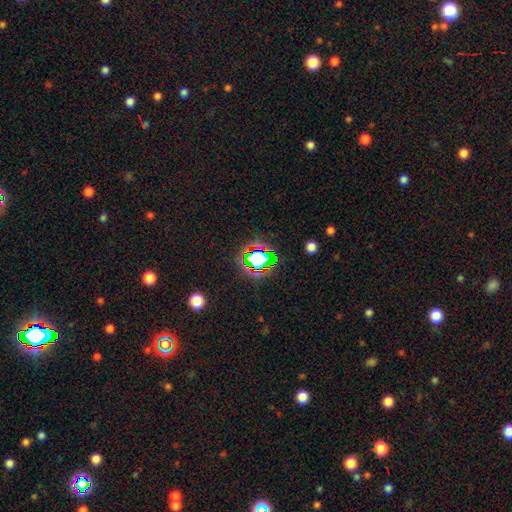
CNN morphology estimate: This is possibly a star or artifact rather than a galaxy (58%).